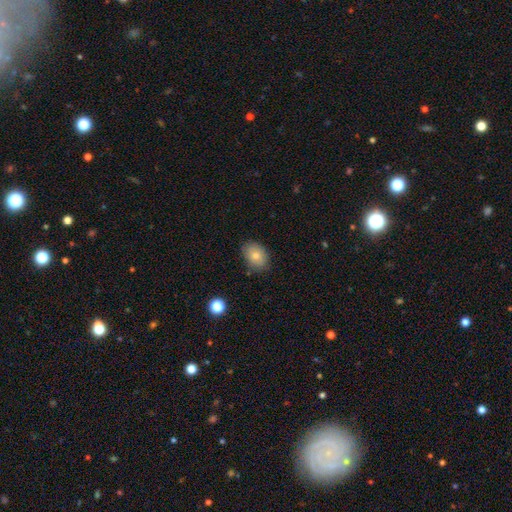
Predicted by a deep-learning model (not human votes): A smooth galaxy with no disk features (79%) that is in between round and cigar-shaped (75%). Merging: none (83%).